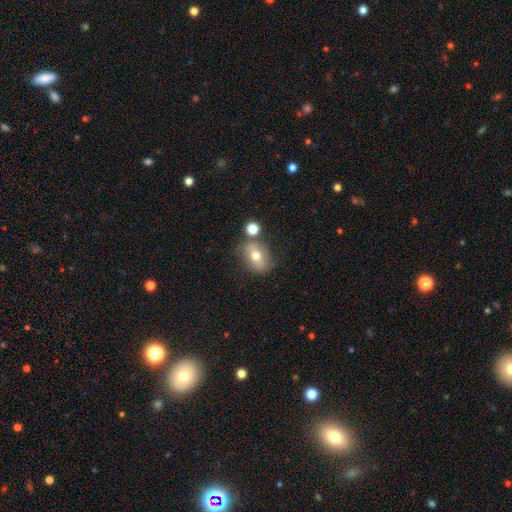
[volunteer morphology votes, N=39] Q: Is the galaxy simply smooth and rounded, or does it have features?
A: smooth — 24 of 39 (62%).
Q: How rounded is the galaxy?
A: in between — 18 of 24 (75%).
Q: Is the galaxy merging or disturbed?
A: none — 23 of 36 (64%).